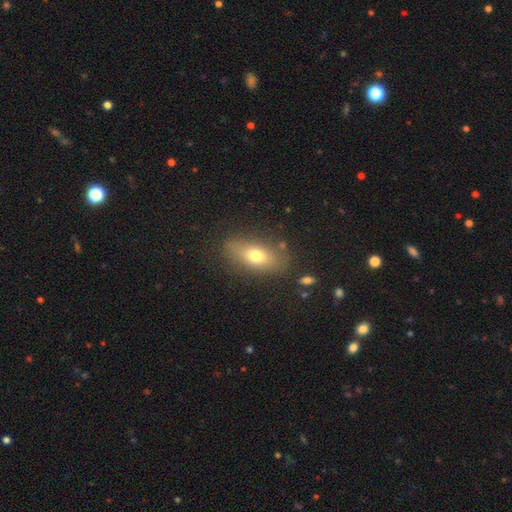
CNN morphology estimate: Smooth or featured? Predicted: smooth (p=0.71). How rounded? Predicted: in between (p=0.81). Merging? Predicted: none (p=0.77).